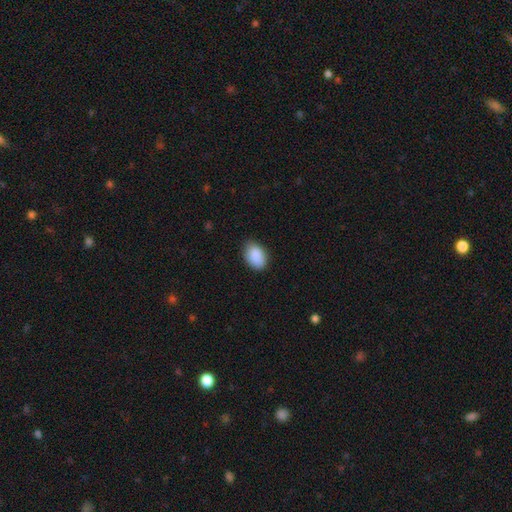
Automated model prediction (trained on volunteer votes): Q: Smooth or featured?
A: smooth (89%); runner-up: star or artifact (7%)
Q: How rounded?
A: in between (87%); runner-up: round (11%)
Q: Merging?
A: none (81%); runner-up: minor disturbance (15%)